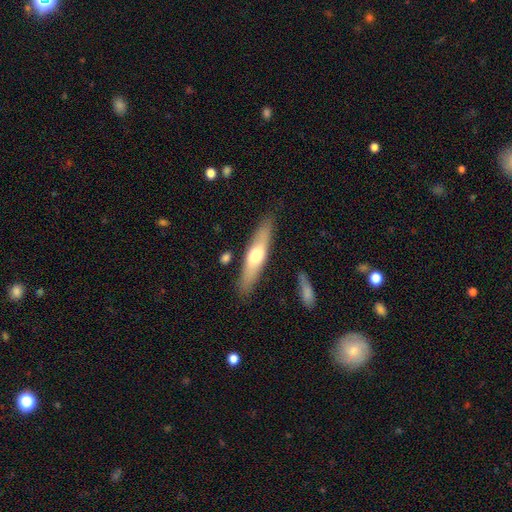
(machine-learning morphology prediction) smooth 50%, featured or disk 45%, star or artifact 5%. Down the decision tree: merging — none (86%).